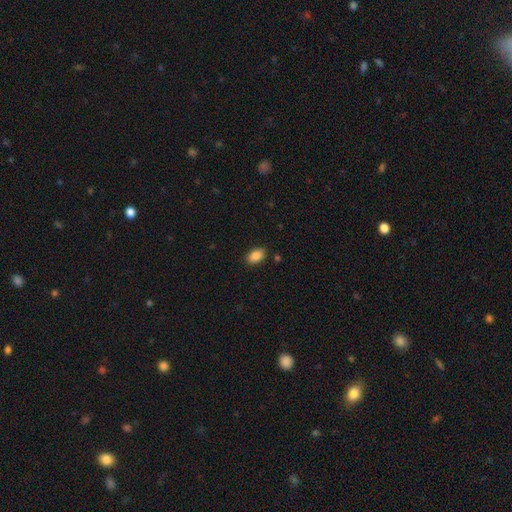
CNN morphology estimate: This is clearly a smooth galaxy (88%). How rounded: clearly in between (89%). Merging: clearly none (87%).